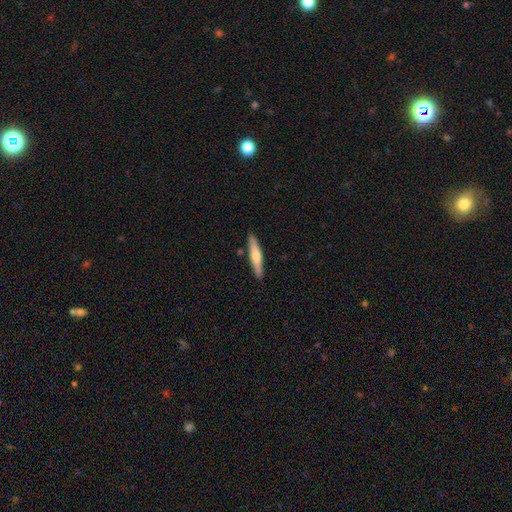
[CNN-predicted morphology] This is possibly a smooth galaxy (51%). How rounded: clearly cigar-shaped (91%). Merging: clearly none (89%).